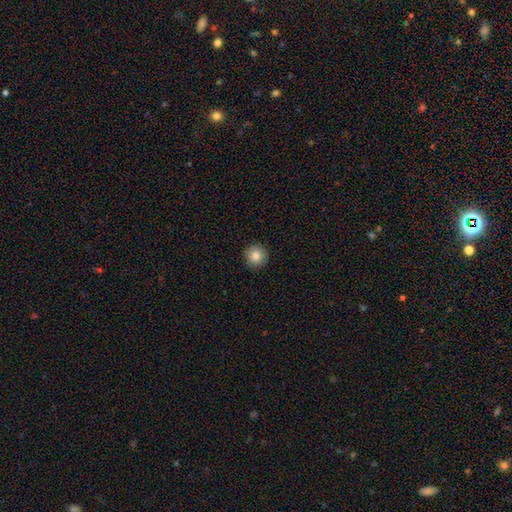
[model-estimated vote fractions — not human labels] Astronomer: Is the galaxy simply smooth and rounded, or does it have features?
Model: smooth — 84%.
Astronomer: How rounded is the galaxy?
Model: round — 95%.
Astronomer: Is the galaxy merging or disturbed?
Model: none — 92%.